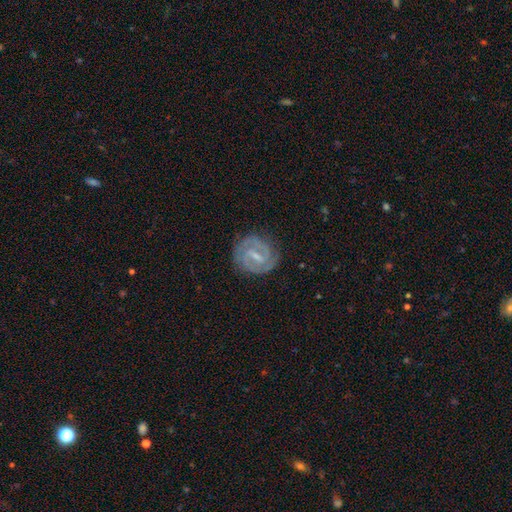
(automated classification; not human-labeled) The model was most divided on "bar": weak: 47%, strong: 44%, no: 9%. More confident: edge-on disk — no (98%); spiral arms — yes (97%); smooth or featured — featured or disk (88%); spiral arm count — 2 (85%); merging — none (83%); spiral winding — tight (60%); bulge size — small (59%).